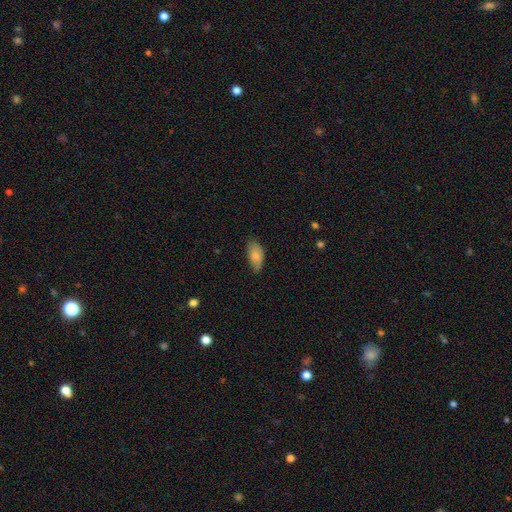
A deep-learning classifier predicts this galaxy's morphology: Smooth or featured? smooth (80%)
How rounded? in between (92%)
Merging? none (60%)